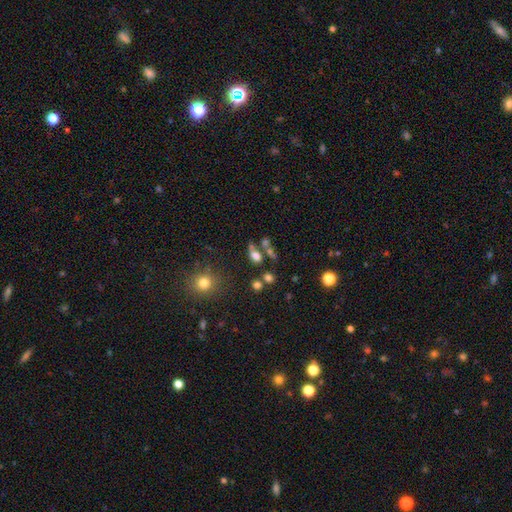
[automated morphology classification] Smooth or featured? smooth (67%)
How rounded? in between (67%)
Merging? none (44%)